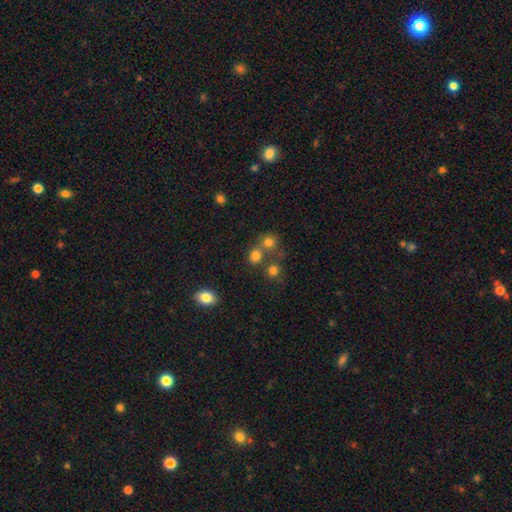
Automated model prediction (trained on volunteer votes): Overall: smooth (77%). How rounded: round (80%). Merging: none (61%; merger 27%).